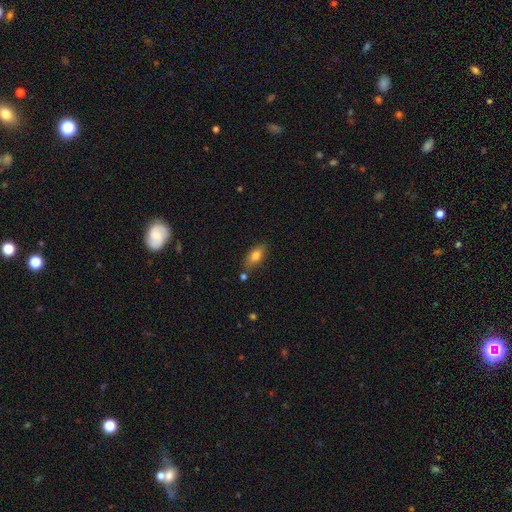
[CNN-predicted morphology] Smooth or featured?
  - smooth: 77% *
  - featured or disk: 14%
  - star or artifact: 8%
How rounded?
  - in between: 85% *
  - cigar-shaped: 10%
  - round: 5%
Merging?
  - none: 74% *
  - minor disturbance: 16%
  - merger: 7%
  - major disturbance: 3%